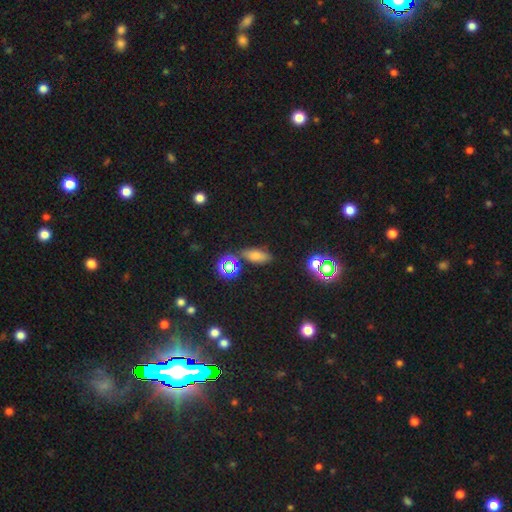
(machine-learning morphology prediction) Q: Smooth or featured?
A: smooth (68%); runner-up: star or artifact (22%)
Q: How rounded?
A: in between (77%); runner-up: cigar-shaped (16%)
Q: Merging?
A: none (78%); runner-up: minor disturbance (13%)